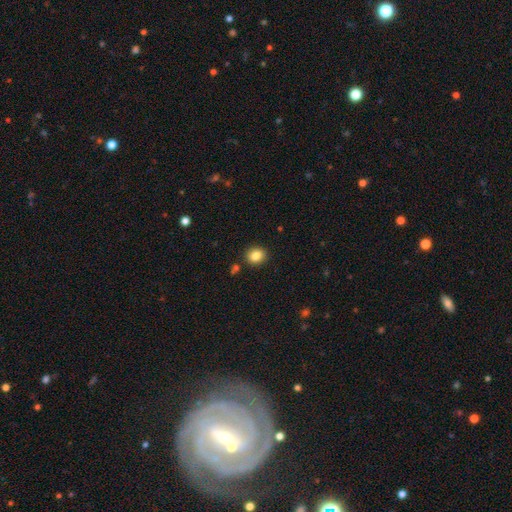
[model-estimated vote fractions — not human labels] Overall: smooth (85%). How rounded: round (63%; in between 36%). Merging: none (87%).